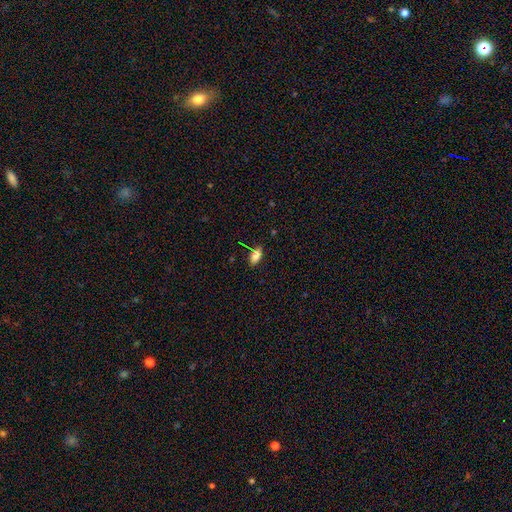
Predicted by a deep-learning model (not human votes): Overall: smooth (77%). How rounded: in between (87%). Merging: none (78%).